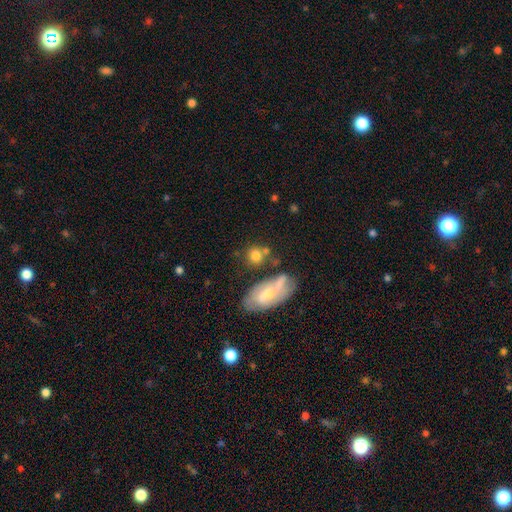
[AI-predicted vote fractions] Morphology: type=smooth (74%); roundness=round (70%); merging=none (54%).